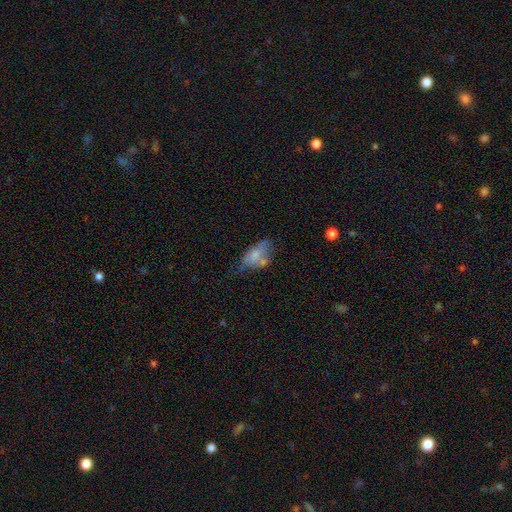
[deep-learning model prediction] A smooth galaxy with no disk features (65%) that is in between round and cigar-shaped (91%). Merging: none (34%).